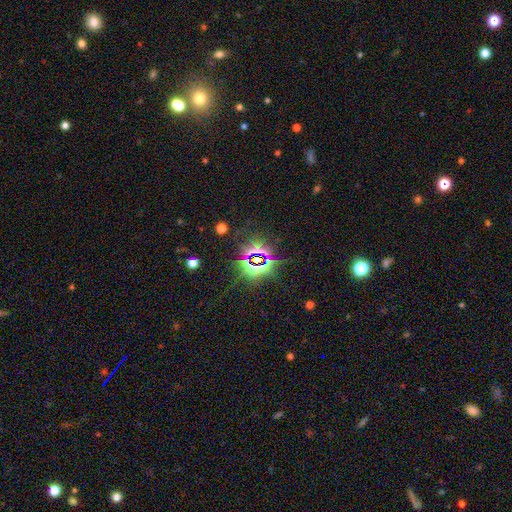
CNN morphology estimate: star or artifact 80%, smooth 12%, featured or disk 8%.